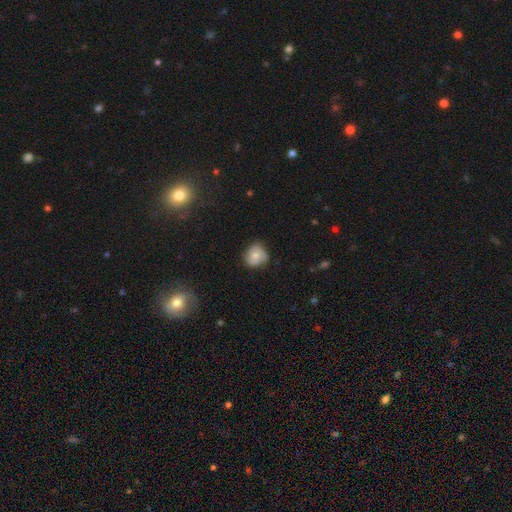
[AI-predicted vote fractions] A smooth galaxy with no disk features (66%) that is round (78%).

Vote fractions:
- Smooth or featured? smooth: 66% / featured or disk: 25% / star or artifact: 9%
- How rounded? round: 78% / in between: 21% / cigar-shaped: 1%
- Merging? none: 61% / minor disturbance: 31% / major disturbance: 7% / merger: 1%